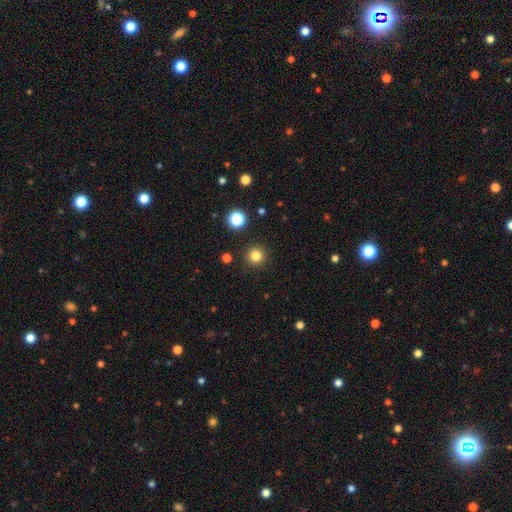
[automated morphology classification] type=smooth (81%); roundness=round (95%); merging=none (91%).